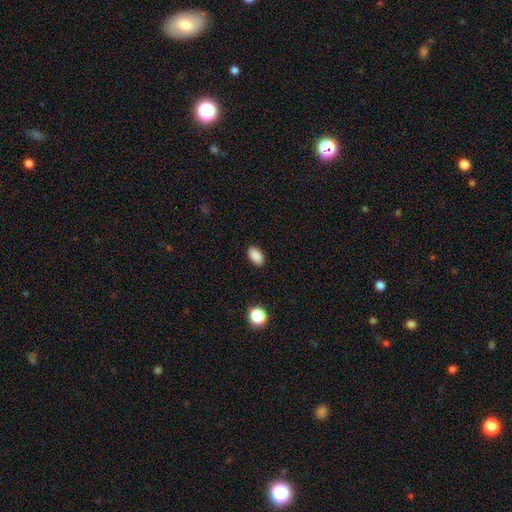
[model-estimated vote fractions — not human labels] The model was most divided on "smooth or featured": smooth: 88%, star or artifact: 9%, featured or disk: 3%. More confident: how rounded — in between (92%); merging — none (89%).